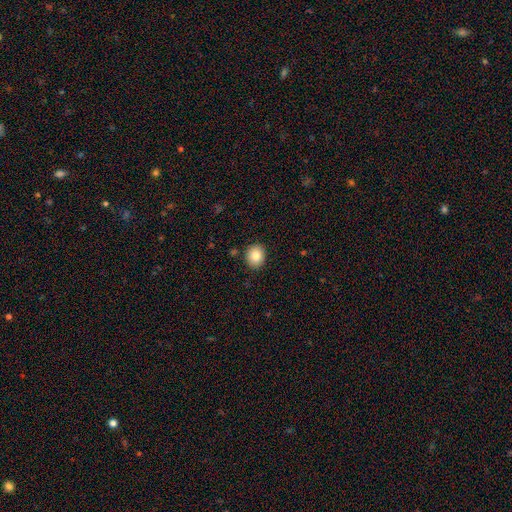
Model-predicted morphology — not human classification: This is clearly a smooth galaxy (83%). How rounded: likely round (69%). Merging: clearly none (89%).